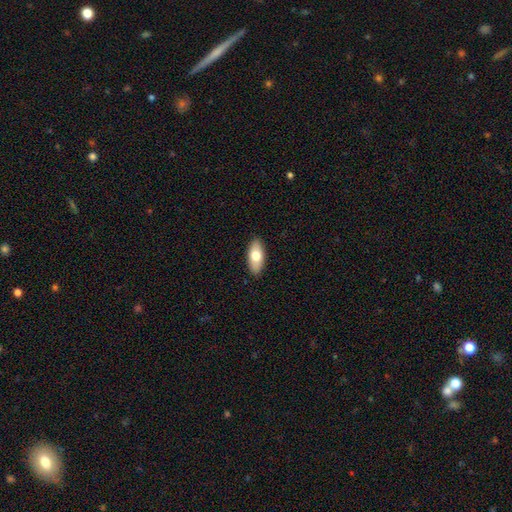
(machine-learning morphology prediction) smooth-or-featured: smooth: 73% | featured or disk: 21% | star or artifact: 6%
  how-rounded: in between: 89% | cigar-shaped: 8% | round: 3%
  merging: none: 90% | minor disturbance: 8% | major disturbance: 2% | merger: 1%